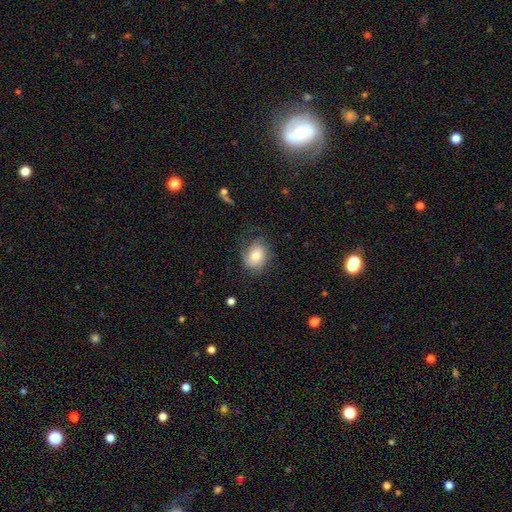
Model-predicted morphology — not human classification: This is likely a smooth galaxy (64%). How rounded: likely in between (63%). Merging: likely none (61%).